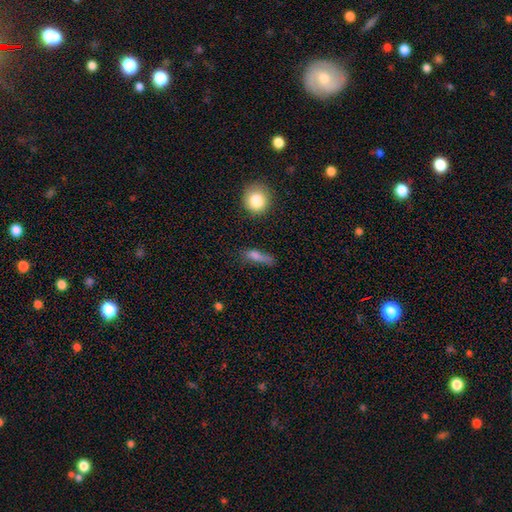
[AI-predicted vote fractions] A smooth galaxy with no disk features (73%) that is cigar-shaped (56%). Merging: none (56%).